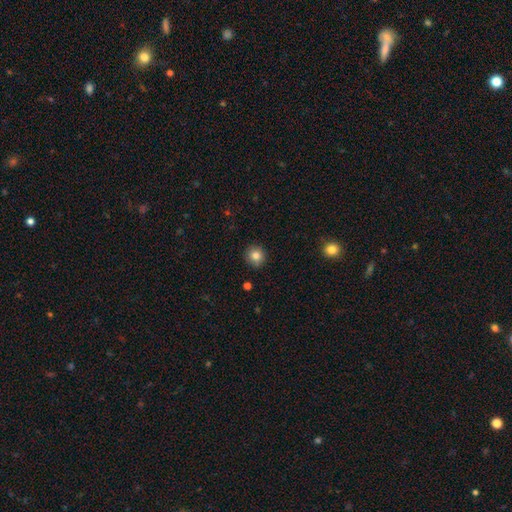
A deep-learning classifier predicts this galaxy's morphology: type=smooth (83%); roundness=round (93%); merging=none (90%).